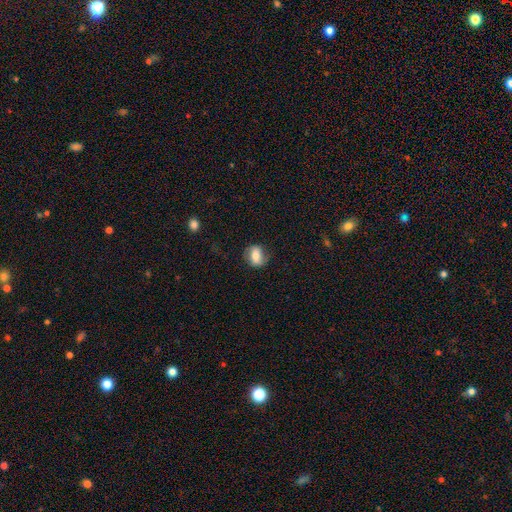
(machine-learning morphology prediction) This is possibly a smooth galaxy (57%). How rounded: possibly in between (56%). Merging: likely none (75%).